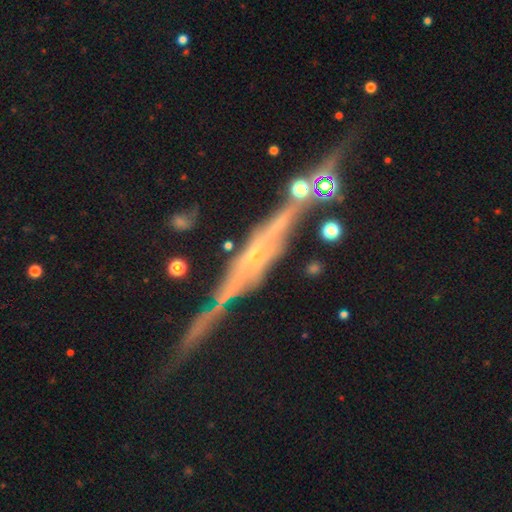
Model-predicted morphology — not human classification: Smooth or featured? featured or disk (74%)
Edge-on disk? yes (90%)
Edge-on bulge? rounded (55%)
Merging? none (73%)